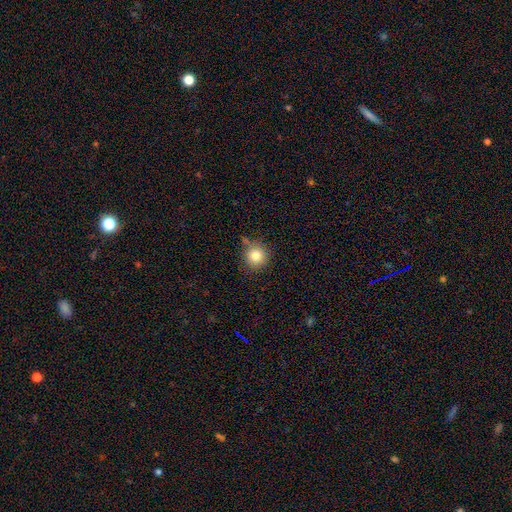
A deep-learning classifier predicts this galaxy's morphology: A smooth galaxy with no disk features (81%) that is round (93%). Merging: none (76%).